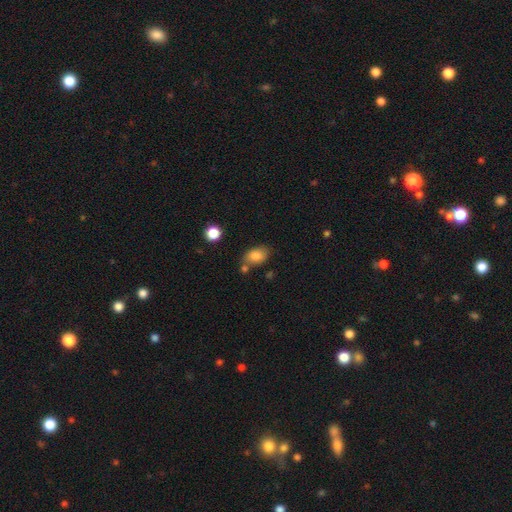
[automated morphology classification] Q: Smooth or featured?
A: smooth (83%); runner-up: featured or disk (9%)
Q: How rounded?
A: in between (85%); runner-up: round (14%)
Q: Merging?
A: none (65%); runner-up: minor disturbance (18%)